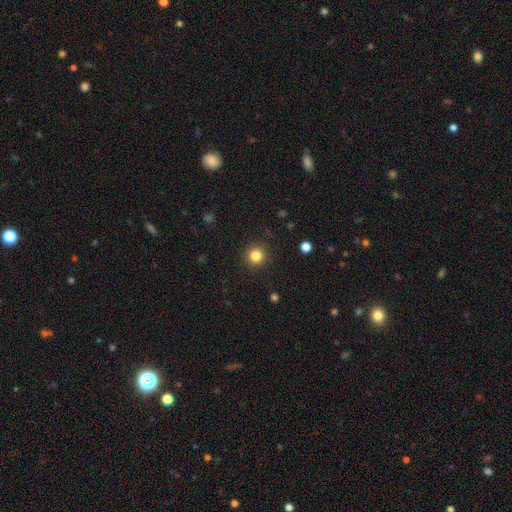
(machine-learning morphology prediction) smooth-or-featured: smooth: 83% | star or artifact: 12% | featured or disk: 5%
  how-rounded: round: 95% | in between: 4% | cigar-shaped: 1%
  merging: none: 91% | minor disturbance: 6% | major disturbance: 2% | merger: 1%